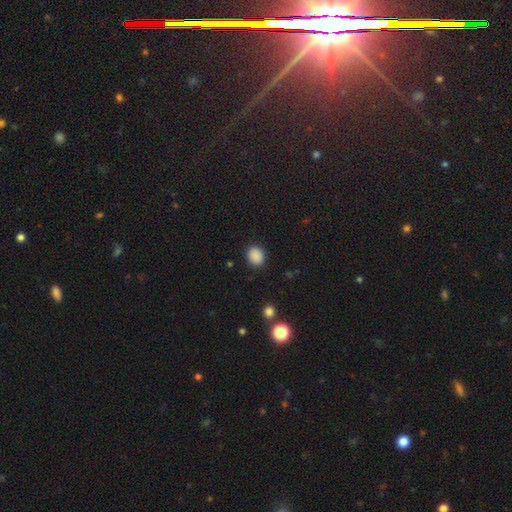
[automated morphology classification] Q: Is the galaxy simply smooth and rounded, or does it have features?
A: smooth — 88%.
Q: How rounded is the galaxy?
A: round — 62%.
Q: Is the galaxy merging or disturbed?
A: none — 90%.